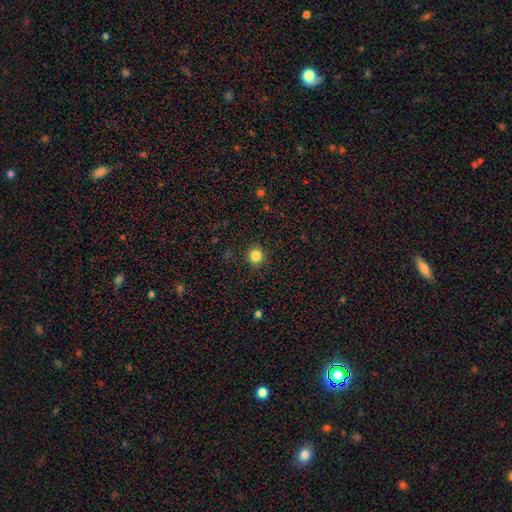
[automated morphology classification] Overall: smooth (84%). How rounded: round (92%). Merging: none (91%).